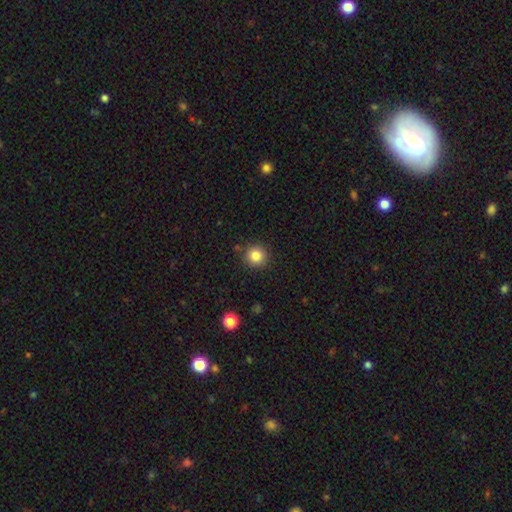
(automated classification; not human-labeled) A smooth galaxy with no disk features (84%) that is round (94%). Merging: none (89%).